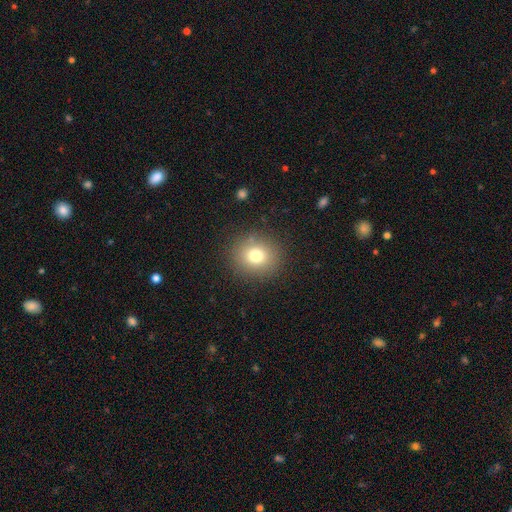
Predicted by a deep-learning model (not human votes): Smooth or featured?
  - smooth: 77% *
  - star or artifact: 13%
  - featured or disk: 10%
How rounded?
  - round: 85% *
  - in between: 14%
  - cigar-shaped: 1%
Merging?
  - none: 88% *
  - minor disturbance: 8%
  - major disturbance: 3%
  - merger: 1%